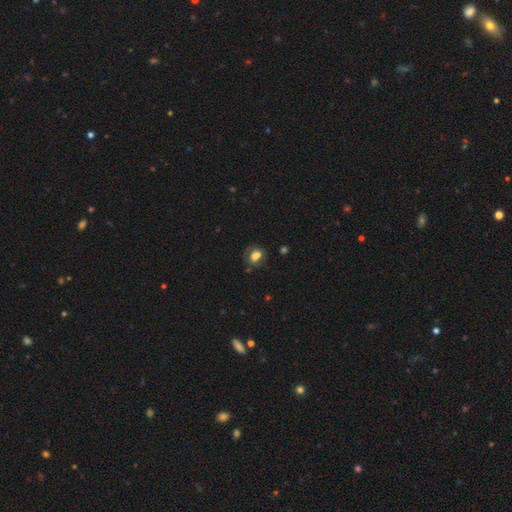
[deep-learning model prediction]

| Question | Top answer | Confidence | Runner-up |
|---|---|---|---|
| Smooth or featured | smooth | 69% | featured or disk (17%) |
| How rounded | in between | 59% | round (39%) |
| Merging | none | 59% | minor disturbance (22%) |